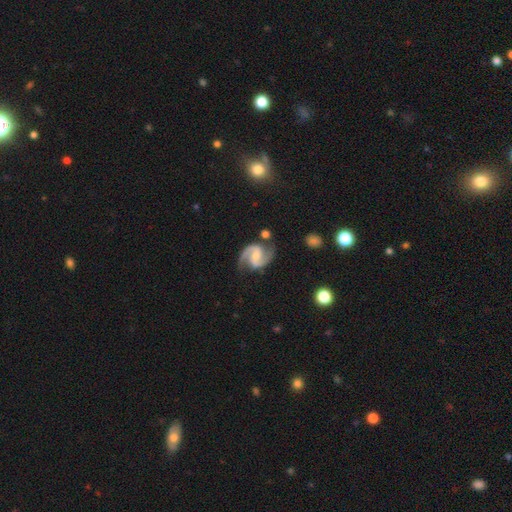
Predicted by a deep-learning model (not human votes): This is clearly a featured or disk galaxy (91%). It is clearly not viewed edge-on (98%). Bar: possibly weak (46%). Spiral arm pattern: clearly yes (98%). Spiral arm count: clearly 2 (94%). Spiral winding: likely medium (61%). Central bulge: possibly small (48%). Merging: likely none (78%).